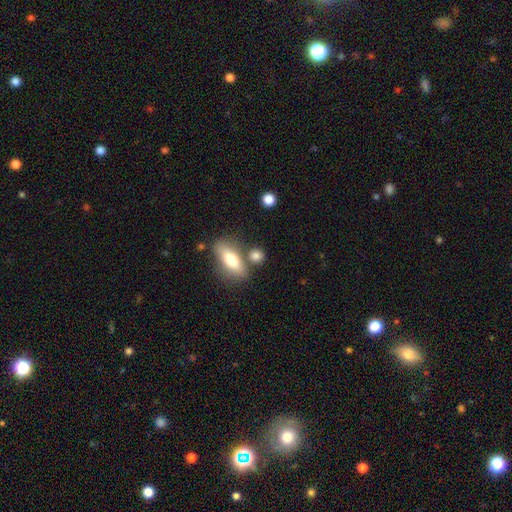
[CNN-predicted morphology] Smooth or featured: smooth — 78% (featured or disk — 13%)
How rounded: round — 52% (in between — 37%)
Merging: none — 67% (merger — 16%)